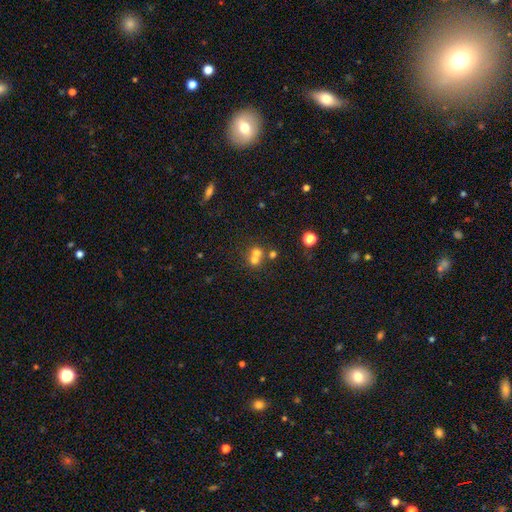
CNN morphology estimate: type=smooth (64%); roundness=round (86%); merging=merger (55%).